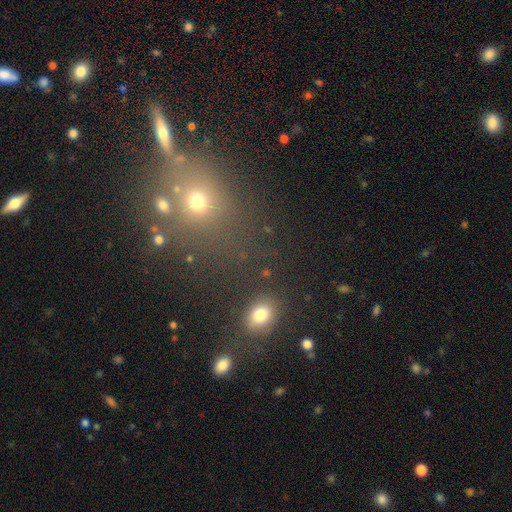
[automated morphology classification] type=smooth (44%, tied with star or artifact); merging=none (68%).